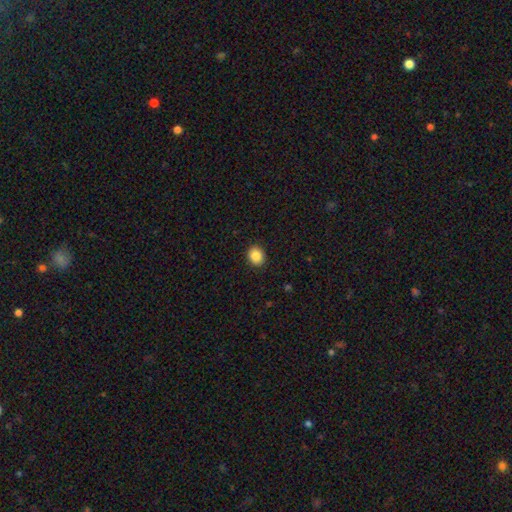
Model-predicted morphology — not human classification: Q: Smooth or featured?
A: smooth (87%); runner-up: star or artifact (9%)
Q: How rounded?
A: round (59%); runner-up: in between (40%)
Q: Merging?
A: none (91%); runner-up: minor disturbance (6%)